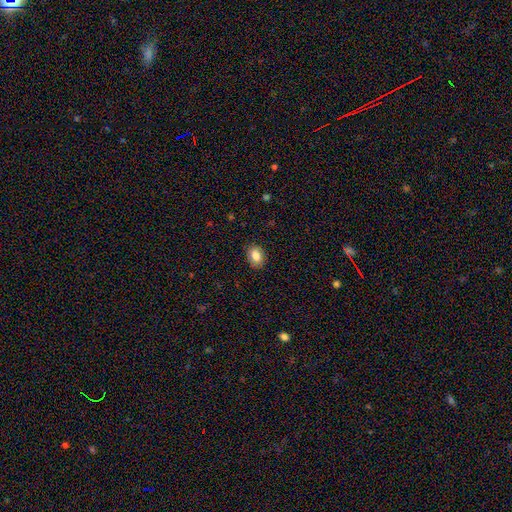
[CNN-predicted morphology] smooth 85%, star or artifact 8%, featured or disk 7%. Down the decision tree: how rounded — in between (68%); merging — none (88%).